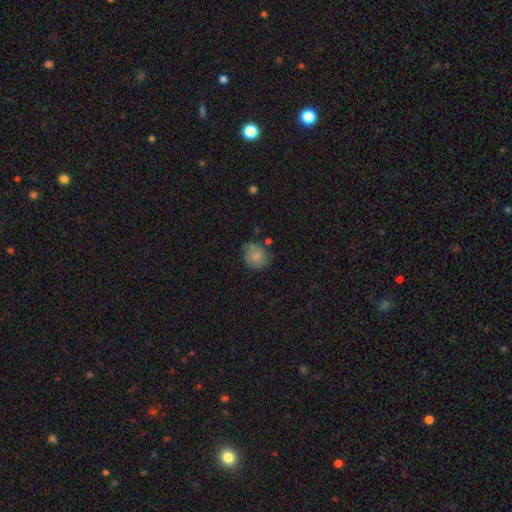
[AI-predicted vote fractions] A smooth galaxy with no disk features (81%) that is round (82%). Merging: none (62%).